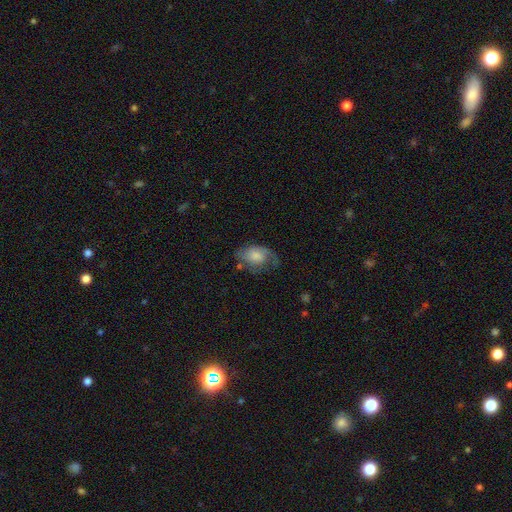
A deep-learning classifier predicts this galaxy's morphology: Smooth or featured? Predicted: smooth (p=0.52). How rounded? Predicted: in between (p=0.81). Merging? Predicted: none (p=0.41).